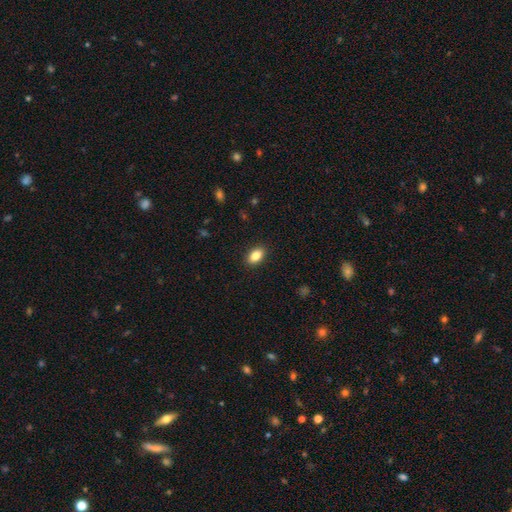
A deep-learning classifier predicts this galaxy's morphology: Smooth or featured: smooth — 86% (star or artifact — 8%)
How rounded: in between — 89% (round — 9%)
Merging: none — 90% (minor disturbance — 7%)